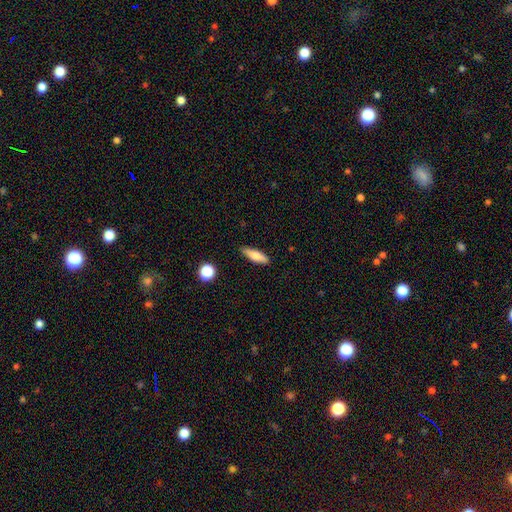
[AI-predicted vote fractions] A smooth galaxy with no disk features (71%) that is cigar-shaped (55%). Merging: none (86%).